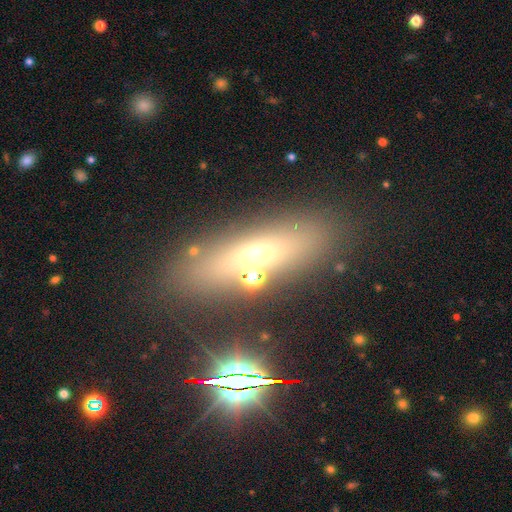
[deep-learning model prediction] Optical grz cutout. It shows a smooth galaxy with no disk features (48%). Merging: none (72%).